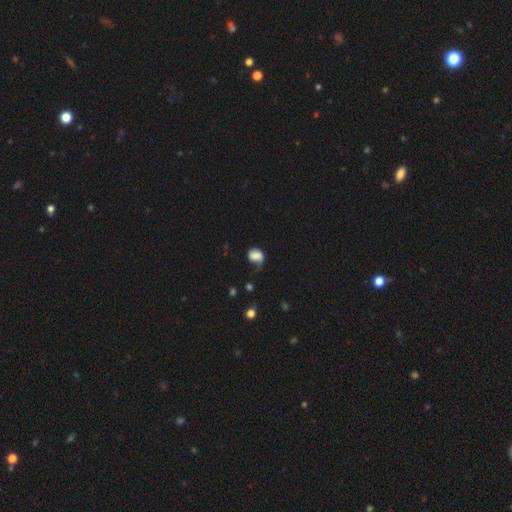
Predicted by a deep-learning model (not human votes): smooth 68%, featured or disk 22%, star or artifact 10%. Down the decision tree: how rounded — in between (61%); merging — major disturbance (33%).